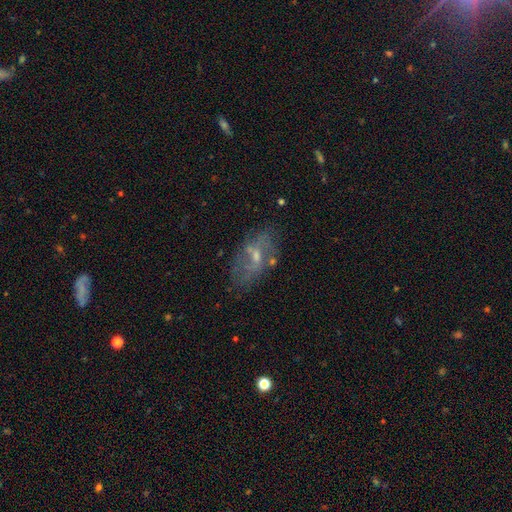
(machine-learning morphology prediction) featured or disk 62%, smooth 28%, star or artifact 11%. Down the decision tree: edge-on disk — no (93%); bar — weak (45%); spiral arms — no (52%); bulge size — small (51%); merging — none (57%).